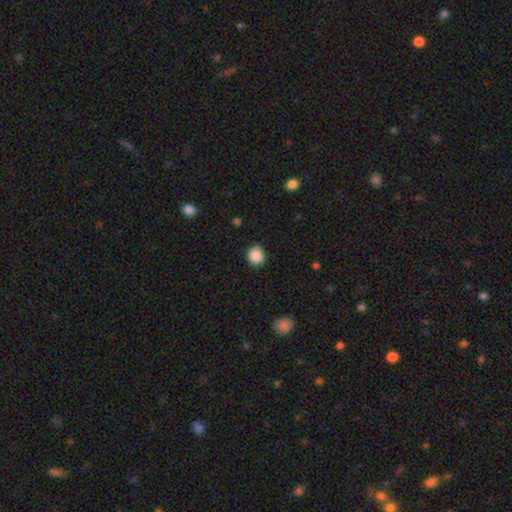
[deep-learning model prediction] smooth 88%, star or artifact 9%, featured or disk 3%. Down the decision tree: how rounded — round (79%); merging — none (84%).